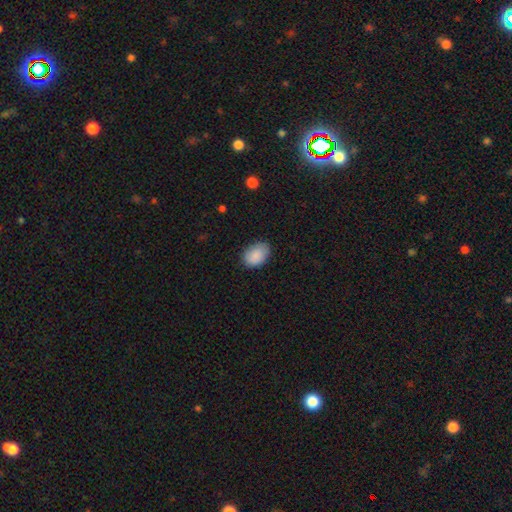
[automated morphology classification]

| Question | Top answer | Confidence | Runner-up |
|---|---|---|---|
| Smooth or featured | smooth | 89% | star or artifact (7%) |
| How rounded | in between | 82% | round (17%) |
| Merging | none | 77% | minor disturbance (18%) |